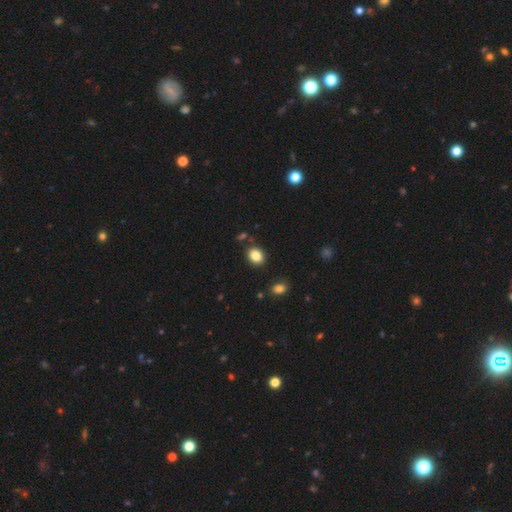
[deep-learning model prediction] Smooth or featured?
  - smooth: 84% *
  - star or artifact: 10%
  - featured or disk: 6%
How rounded?
  - in between: 50% *
  - round: 49%
  - cigar-shaped: 1%
Merging?
  - none: 84% *
  - minor disturbance: 9%
  - merger: 4%
  - major disturbance: 3%